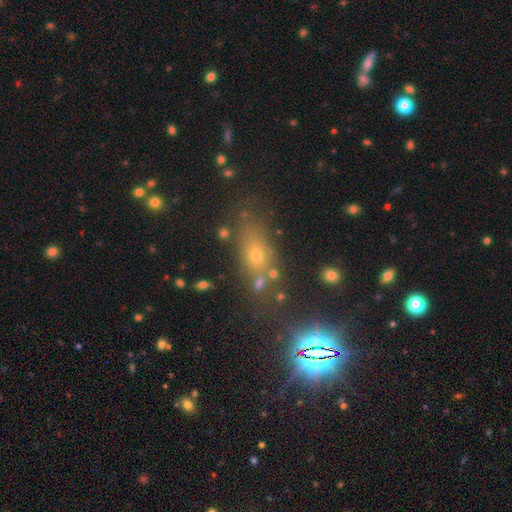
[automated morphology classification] Q: Smooth or featured?
A: smooth (57%); runner-up: star or artifact (25%)
Q: How rounded?
A: in between (62%); runner-up: round (21%)
Q: Merging?
A: none (64%); runner-up: minor disturbance (15%)